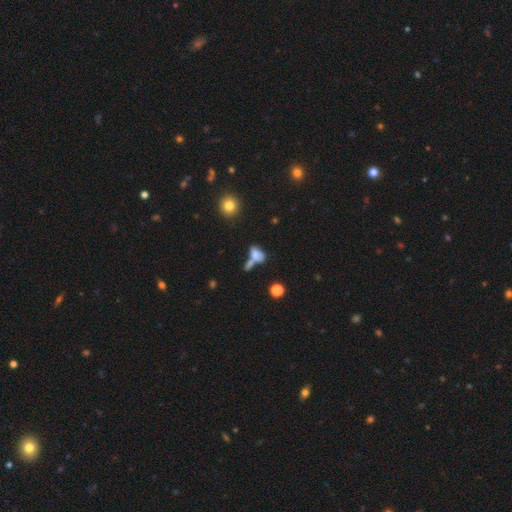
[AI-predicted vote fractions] A smooth galaxy with no disk features (70%) that is in between round and cigar-shaped (81%).

Vote fractions:
- Smooth or featured? smooth: 70% / featured or disk: 18% / star or artifact: 12%
- How rounded? in between: 81% / round: 12% / cigar-shaped: 7%
- Merging? merger: 50% / none: 27% / minor disturbance: 13% / major disturbance: 11%